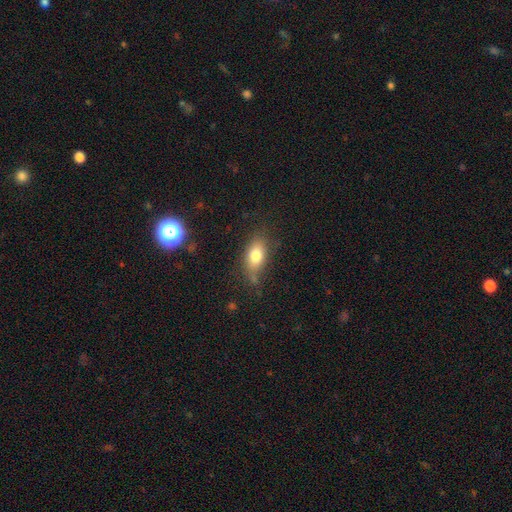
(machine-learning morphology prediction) type=smooth (77%); roundness=in between (85%); merging=none (68%).